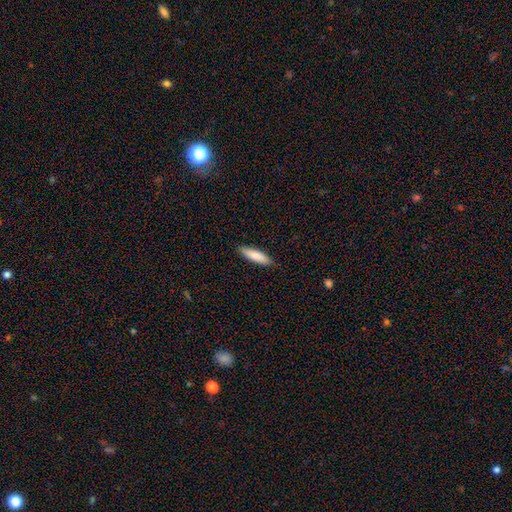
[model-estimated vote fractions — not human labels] smooth-or-featured: smooth: 84% | featured or disk: 11% | star or artifact: 5%
  how-rounded: cigar-shaped: 68% | in between: 31% | round: 1%
  merging: none: 89% | minor disturbance: 9% | major disturbance: 2% | merger: 1%